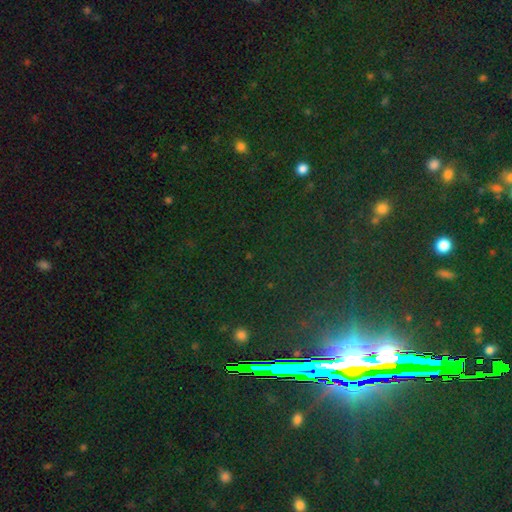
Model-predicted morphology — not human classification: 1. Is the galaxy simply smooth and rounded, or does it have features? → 83% star or artifact, 9% smooth, 8% featured or disk.